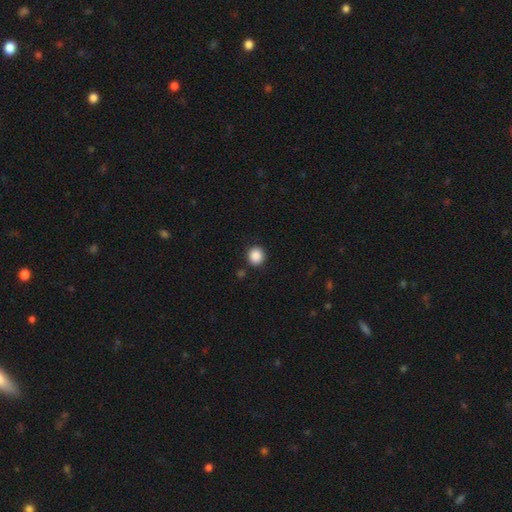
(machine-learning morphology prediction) A smooth galaxy with no disk features (88%) that is round (91%). Merging: none (89%).